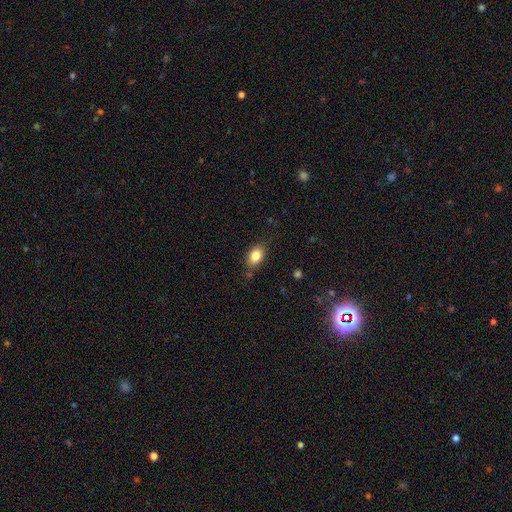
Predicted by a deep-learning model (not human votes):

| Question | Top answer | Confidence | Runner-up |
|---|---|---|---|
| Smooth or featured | smooth | 83% | featured or disk (9%) |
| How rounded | in between | 80% | round (18%) |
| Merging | none | 76% | minor disturbance (17%) |